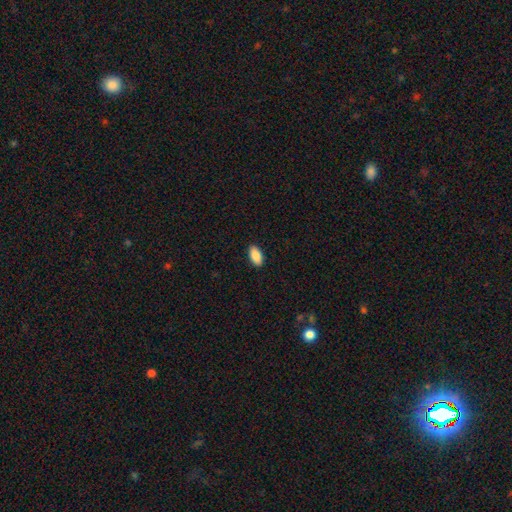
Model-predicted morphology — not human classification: Smooth or featured?
  - smooth: 89% *
  - star or artifact: 6%
  - featured or disk: 4%
How rounded?
  - in between: 93% *
  - cigar-shaped: 5%
  - round: 2%
Merging?
  - none: 90% *
  - minor disturbance: 7%
  - major disturbance: 2%
  - merger: 1%